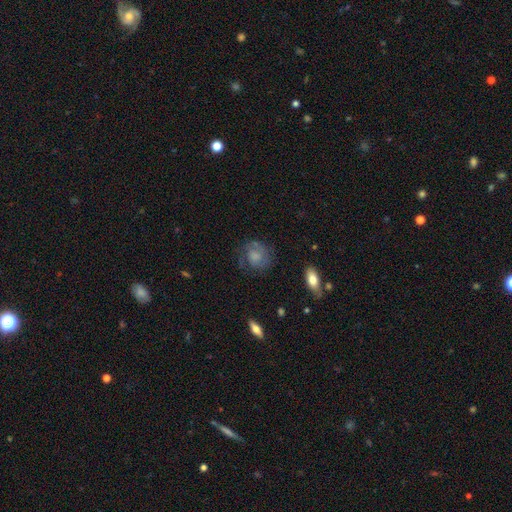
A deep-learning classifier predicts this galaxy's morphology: type=smooth (50%); roundness=round (68%); merging=none (60%).